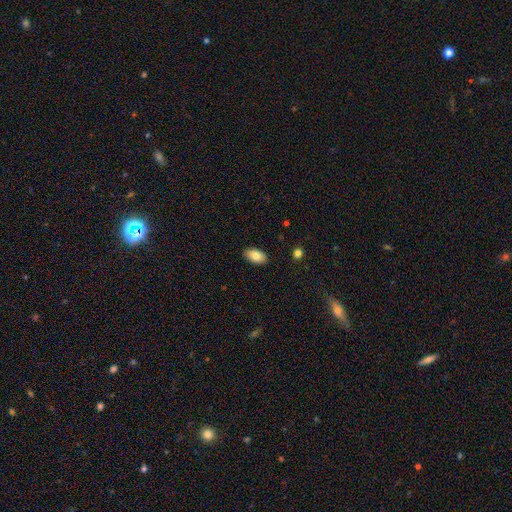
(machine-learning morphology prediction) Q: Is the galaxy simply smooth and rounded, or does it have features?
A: smooth — 83%.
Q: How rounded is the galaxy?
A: in between — 94%.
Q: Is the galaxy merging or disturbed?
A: none — 89%.